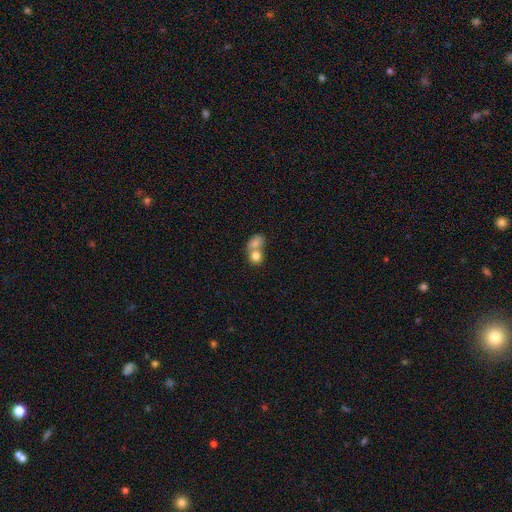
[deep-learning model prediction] smooth_or_featured: smooth (p=0.79) [alt: featured or disk p=0.13]
how_rounded: round (p=0.65) [alt: in between p=0.34]
merging: merger (p=0.65) [alt: none p=0.26]